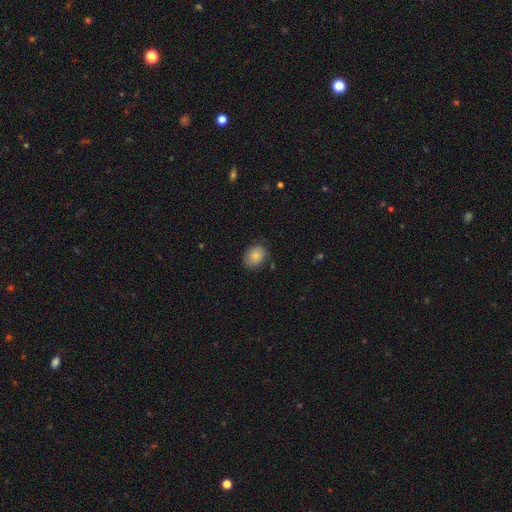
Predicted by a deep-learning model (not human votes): Q: Smooth or featured?
A: smooth (83%); runner-up: featured or disk (8%)
Q: How rounded?
A: in between (55%); runner-up: round (44%)
Q: Merging?
A: none (80%); runner-up: minor disturbance (15%)